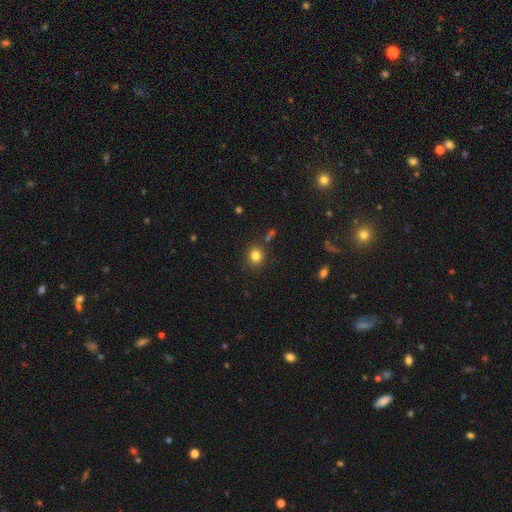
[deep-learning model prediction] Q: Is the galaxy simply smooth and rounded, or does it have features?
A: smooth — 81%.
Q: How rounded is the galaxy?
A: round — 85%.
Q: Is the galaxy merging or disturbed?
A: none — 85%.